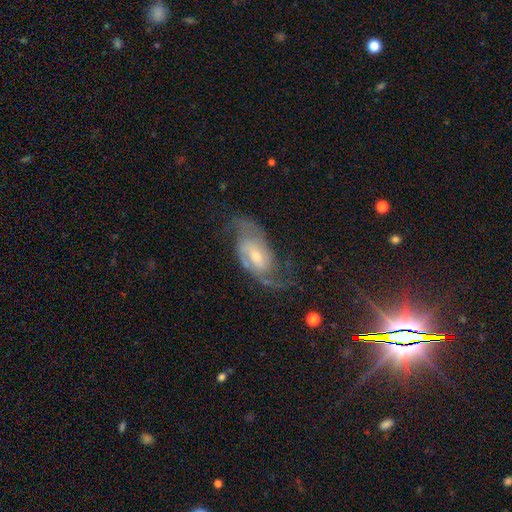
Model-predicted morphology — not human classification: A featured or disk galaxy (83%) with a weak bar (49%), 2 (79%) medium (50%) spiral arms (95%) and a moderate central bulge (47%). Merging: none (63%).